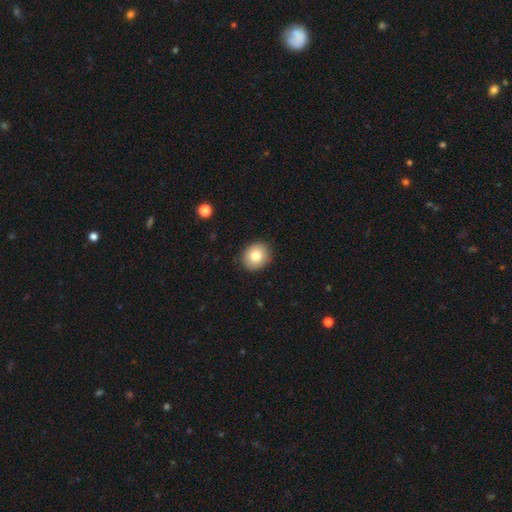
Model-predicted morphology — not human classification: The model was most divided on "how rounded": round: 66%, in between: 33%, cigar-shaped: 1%. More confident: merging — none (89%); smooth or featured — smooth (80%).